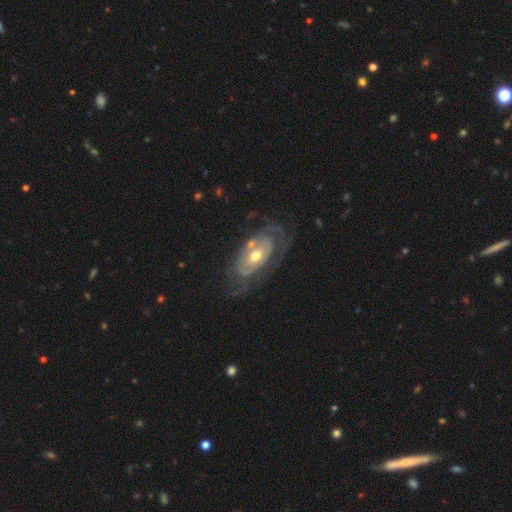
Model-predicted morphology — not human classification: The model was most divided on "spiral arms": yes: 66%, no: 34%. More confident: edge-on disk — no (92%); bar — no (77%); smooth or featured — featured or disk (76%); bulge size — moderate (69%); merging — none (57%).